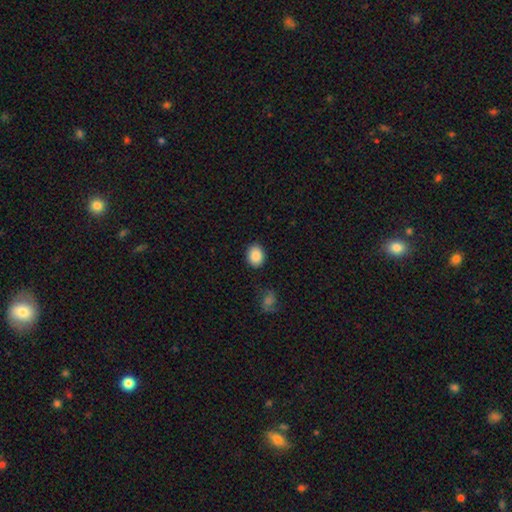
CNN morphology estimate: smooth-or-featured: smooth: 89% | star or artifact: 7% | featured or disk: 4%
  how-rounded: in between: 55% | round: 44% | cigar-shaped: 1%
  merging: none: 86% | minor disturbance: 9% | major disturbance: 3% | merger: 2%